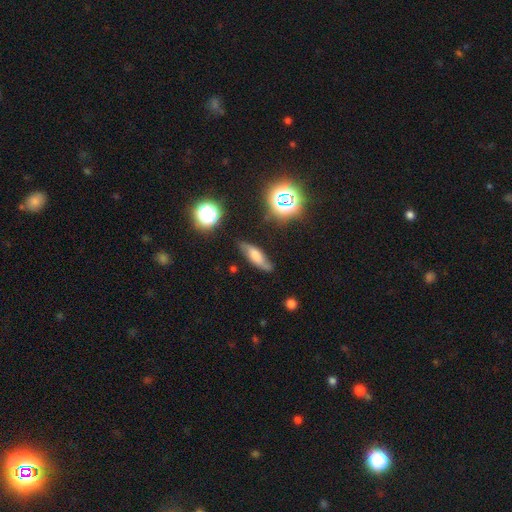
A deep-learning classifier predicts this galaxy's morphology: smooth_or_featured: smooth (p=0.51) [alt: featured or disk p=0.36]
how_rounded: in between (p=0.48) [alt: cigar-shaped p=0.47]
merging: none (p=0.72) [alt: minor disturbance p=0.20]